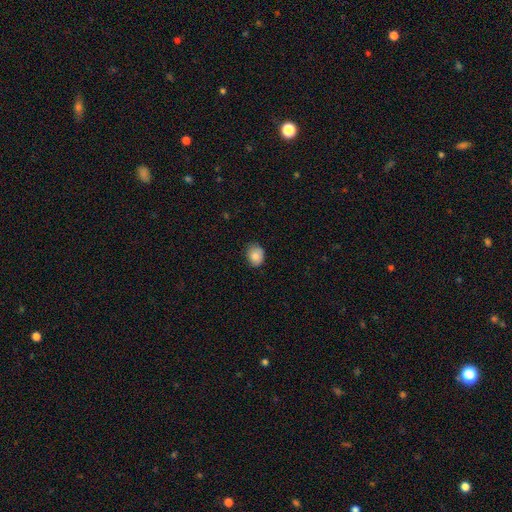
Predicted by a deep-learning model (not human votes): Q: Smooth or featured?
A: smooth (83%); runner-up: featured or disk (8%)
Q: How rounded?
A: in between (52%); runner-up: round (47%)
Q: Merging?
A: none (75%); runner-up: minor disturbance (21%)